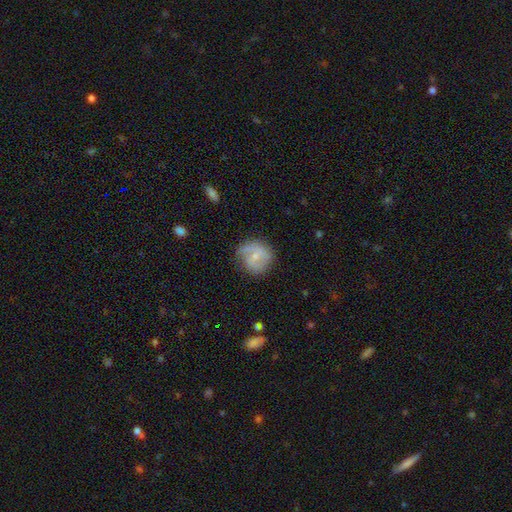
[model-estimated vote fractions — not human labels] smooth-or-featured: featured or disk: 55% | smooth: 38% | star or artifact: 7%
  disk-edge-on: no: 97% | yes: 3%
    bar: no: 56% | weak: 37% | strong: 7%
    has-spiral-arms: yes: 78% | no: 22%
    bulge-size: small: 61% | moderate: 33% | none: 3% | large: 1% | dominant: 1%
  merging: none: 63% | minor disturbance: 24% | major disturbance: 11% | merger: 2%